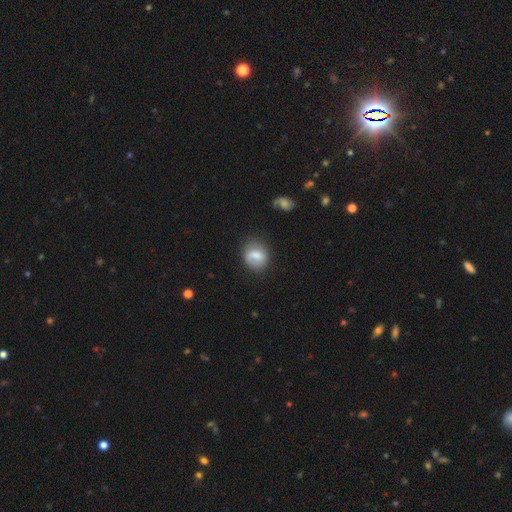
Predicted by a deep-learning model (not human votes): Smooth or featured? smooth (72%)
How rounded? round (64%)
Merging? none (67%)